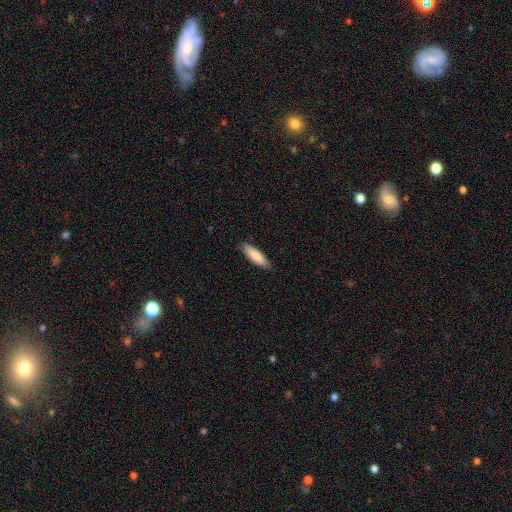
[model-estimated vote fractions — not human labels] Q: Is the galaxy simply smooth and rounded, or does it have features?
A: smooth — 85%.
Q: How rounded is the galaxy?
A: cigar-shaped — 58%.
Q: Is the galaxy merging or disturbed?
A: none — 87%.